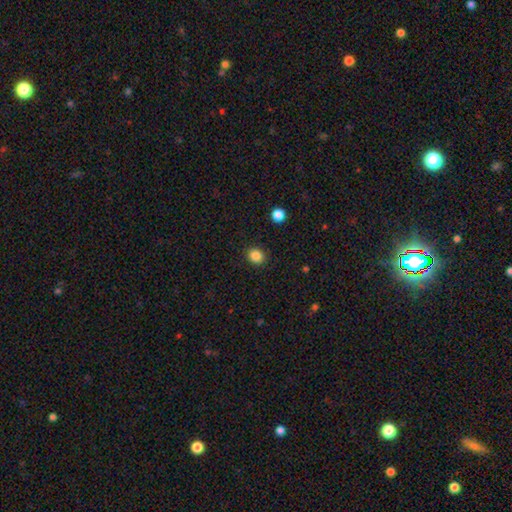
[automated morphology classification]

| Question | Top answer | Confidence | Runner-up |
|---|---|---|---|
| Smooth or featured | smooth | 85% | star or artifact (11%) |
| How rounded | round | 74% | in between (25%) |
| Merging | none | 90% | minor disturbance (6%) |